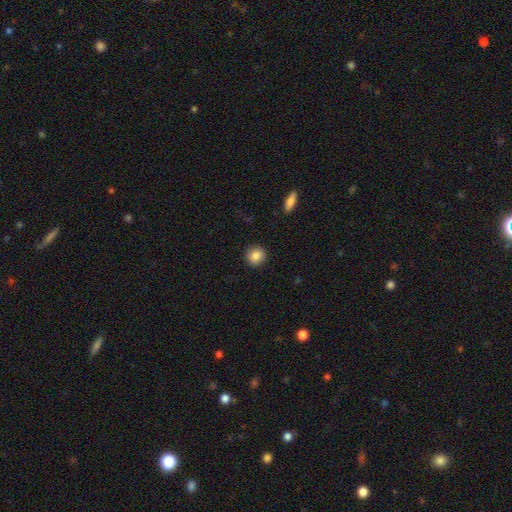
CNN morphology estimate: Smooth or featured? smooth (86%)
How rounded? round (88%)
Merging? none (90%)